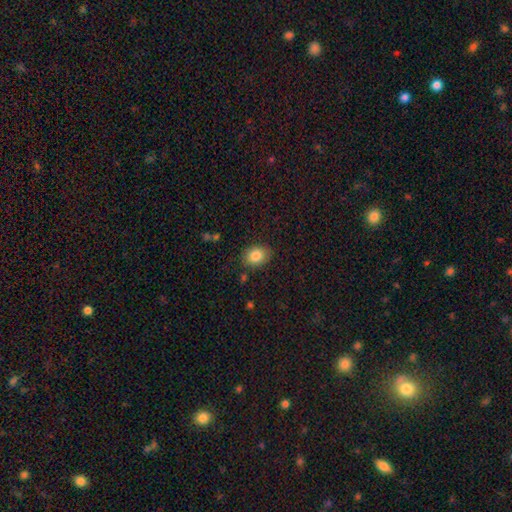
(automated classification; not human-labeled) This appears to be a smooth galaxy with no disk features (84%) that is in between round and cigar-shaped (68%). Merging: none (84%).